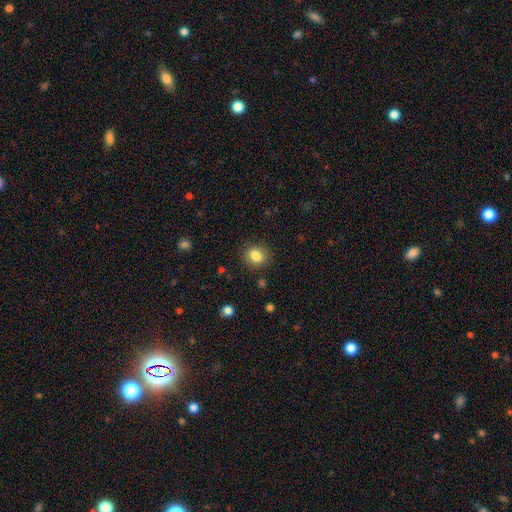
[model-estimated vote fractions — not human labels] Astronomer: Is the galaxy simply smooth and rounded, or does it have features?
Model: smooth — 84%.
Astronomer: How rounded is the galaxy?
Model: round — 70%.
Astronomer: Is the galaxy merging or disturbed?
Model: none — 87%.